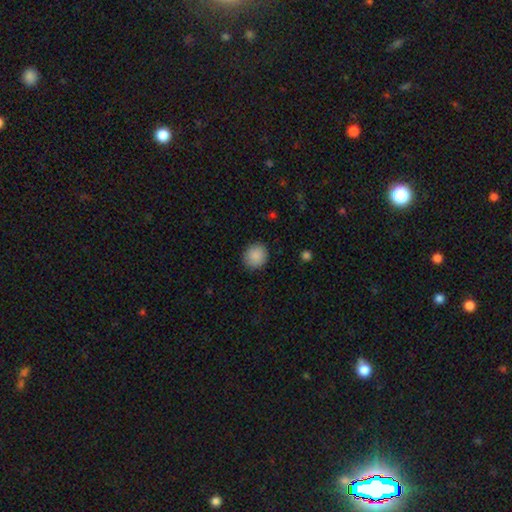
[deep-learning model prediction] Smooth or featured? smooth (89%)
How rounded? round (84%)
Merging? none (88%)